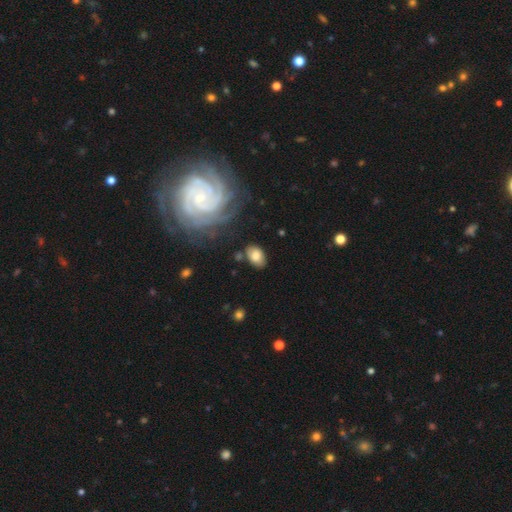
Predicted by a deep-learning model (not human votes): This appears to be a smooth galaxy with no disk features (72%) that is in between round and cigar-shaped (83%). Merging: none (74%).